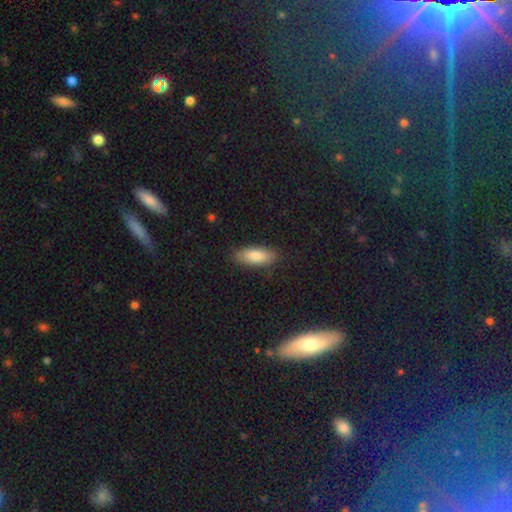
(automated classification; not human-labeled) smooth-or-featured: smooth: 84% | featured or disk: 10% | star or artifact: 7%
  how-rounded: in between: 74% | cigar-shaped: 24% | round: 2%
  merging: none: 86% | minor disturbance: 11% | major disturbance: 2% | merger: 1%